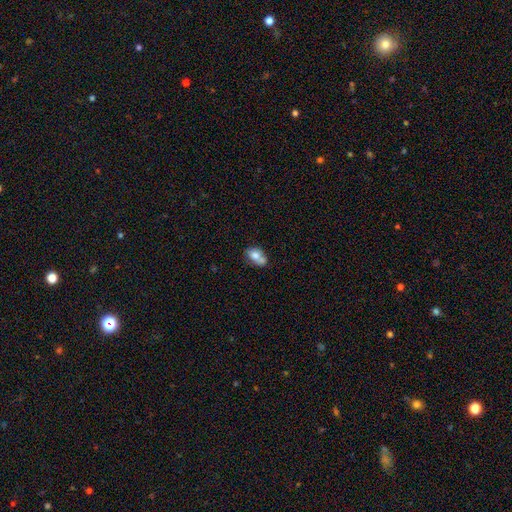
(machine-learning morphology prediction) smooth 71%, featured or disk 21%, star or artifact 8%. Down the decision tree: how rounded — in between (82%); merging — none (38%).